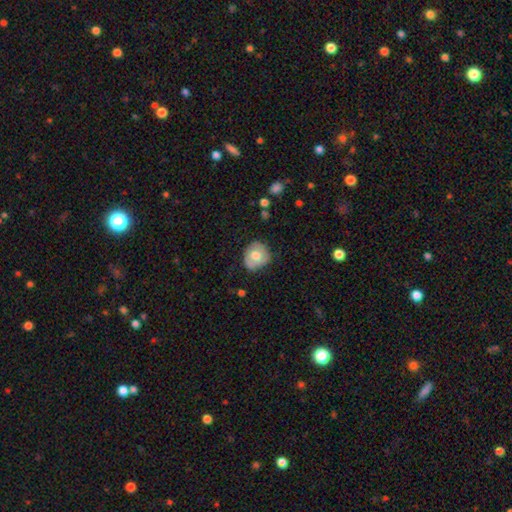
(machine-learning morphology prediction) type=smooth (66%); roundness=round (75%); merging=none (67%).